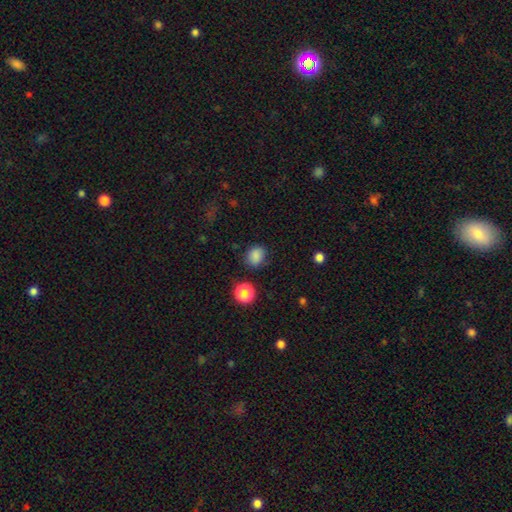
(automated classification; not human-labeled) A smooth galaxy with no disk features (84%) that is round (56%).

Vote fractions:
- Smooth or featured? smooth: 84% / star or artifact: 12% / featured or disk: 4%
- How rounded? round: 56% / in between: 43% / cigar-shaped: 1%
- Merging? none: 79% / minor disturbance: 14% / major disturbance: 4% / merger: 3%